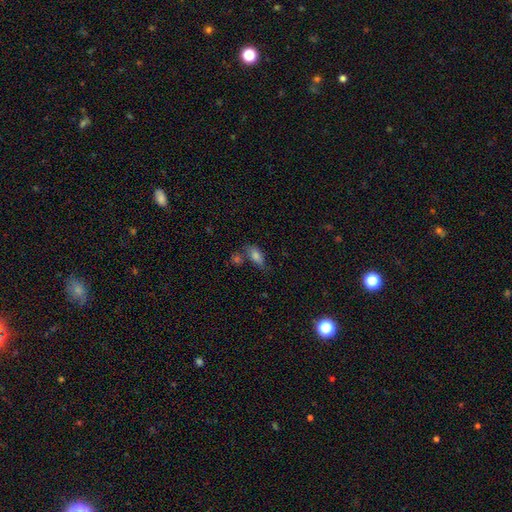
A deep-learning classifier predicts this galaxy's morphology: A smooth galaxy with no disk features (73%) that is in between round and cigar-shaped (82%).

Vote fractions:
- Smooth or featured? smooth: 73% / featured or disk: 15% / star or artifact: 12%
- How rounded? in between: 82% / cigar-shaped: 12% / round: 6%
- Merging? none: 48% / minor disturbance: 24% / merger: 17% / major disturbance: 11%